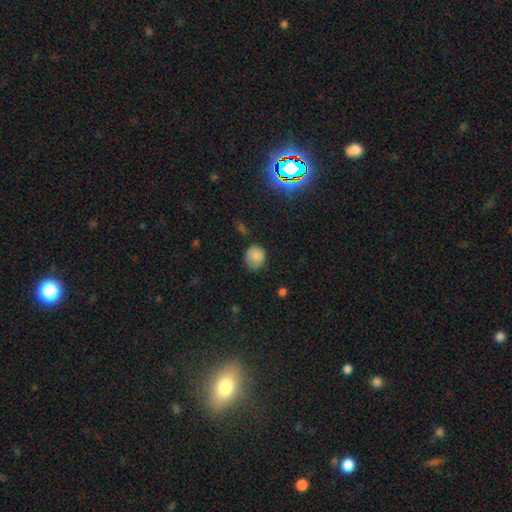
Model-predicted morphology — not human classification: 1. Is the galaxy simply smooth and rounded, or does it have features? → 81% smooth, 10% star or artifact, 9% featured or disk.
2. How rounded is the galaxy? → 73% round, 26% in between, 1% cigar-shaped.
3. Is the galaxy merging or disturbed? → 63% none, 28% minor disturbance, 7% major disturbance, 2% merger.